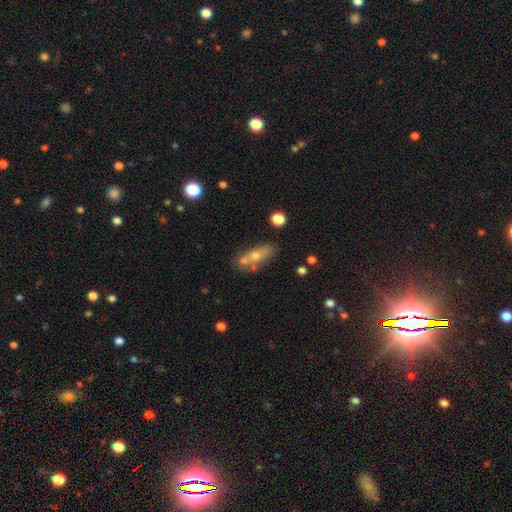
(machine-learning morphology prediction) A smooth galaxy with no disk features (57%) that is in between round and cigar-shaped (63%).

Vote fractions:
- Smooth or featured? smooth: 57% / featured or disk: 31% / star or artifact: 12%
- How rounded? in between: 63% / cigar-shaped: 29% / round: 8%
- Merging? none: 53% / merger: 26% / minor disturbance: 15% / major disturbance: 6%